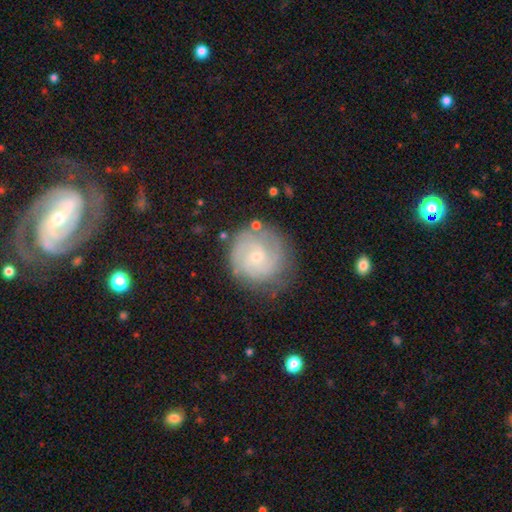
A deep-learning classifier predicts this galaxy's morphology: Overall: featured or disk (76%). Edge-on disk: no (98%). Bar: no (70%). Spiral arms: yes (94%). Spiral arm count: 2 (37%; can't tell 27%). Spiral winding: tight (64%; medium 29%). Bulge size: small (77%). Merging: none (74%).